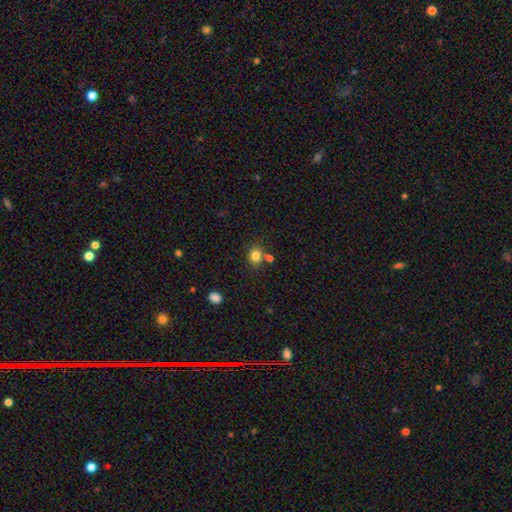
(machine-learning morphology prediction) Smooth or featured?
  - smooth: 81% *
  - star or artifact: 12%
  - featured or disk: 6%
How rounded?
  - round: 66% *
  - in between: 33%
  - cigar-shaped: 1%
Merging?
  - none: 69% *
  - merger: 17%
  - minor disturbance: 11%
  - major disturbance: 3%